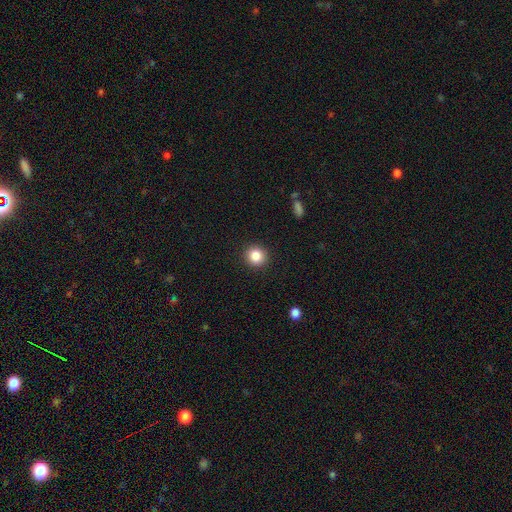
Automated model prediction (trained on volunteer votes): Smooth or featured?
  - smooth: 85% *
  - star or artifact: 10%
  - featured or disk: 5%
How rounded?
  - round: 90% *
  - in between: 9%
  - cigar-shaped: 1%
Merging?
  - none: 92% *
  - minor disturbance: 5%
  - major disturbance: 2%
  - merger: 1%